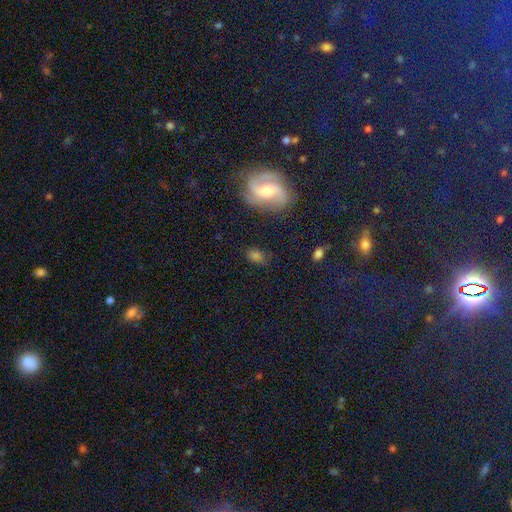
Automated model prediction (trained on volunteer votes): This is possibly a smooth galaxy (56%). How rounded: likely in between (70%). Merging: likely none (74%).